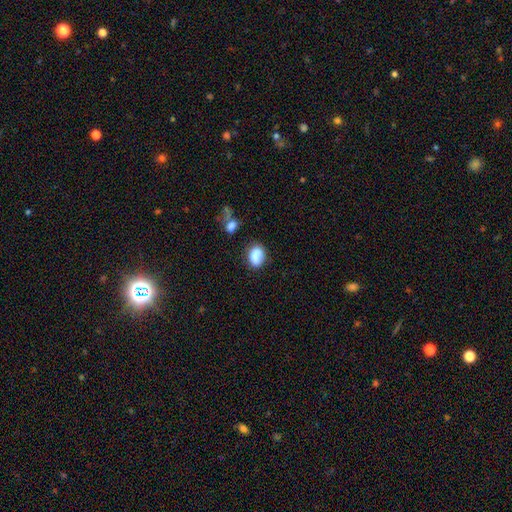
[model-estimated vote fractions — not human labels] A smooth galaxy with no disk features (84%) that is in between round and cigar-shaped (70%).

Vote fractions:
- Smooth or featured? smooth: 84% / star or artifact: 9% / featured or disk: 8%
- How rounded? in between: 70% / round: 28% / cigar-shaped: 2%
- Merging? none: 66% / minor disturbance: 21% / merger: 7% / major disturbance: 6%